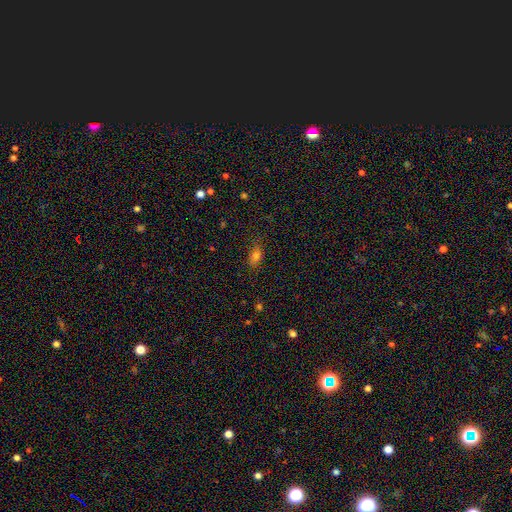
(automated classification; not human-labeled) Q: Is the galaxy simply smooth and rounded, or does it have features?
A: smooth — 77%.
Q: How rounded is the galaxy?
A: in between — 81%.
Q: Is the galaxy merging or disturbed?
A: none — 81%.